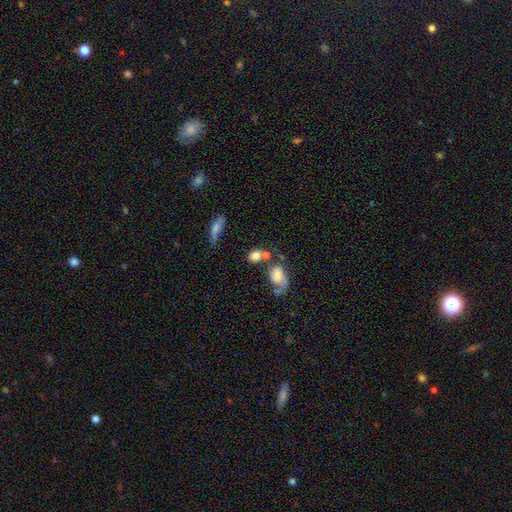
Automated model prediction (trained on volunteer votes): smooth-or-featured: smooth: 73% | featured or disk: 16% | star or artifact: 11%
  how-rounded: in between: 55% | round: 42% | cigar-shaped: 3%
  merging: merger: 39% | none: 37% | minor disturbance: 14% | major disturbance: 10%